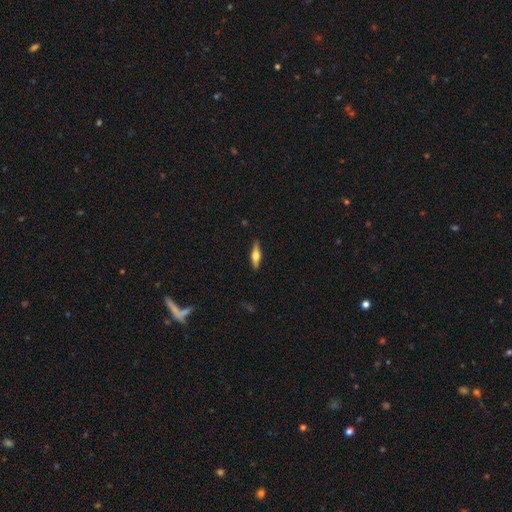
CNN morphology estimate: This appears to be a featured or disk galaxy (54%) viewed edge-on (95%) with a rounded central bulge (91%). Merging: none (88%).